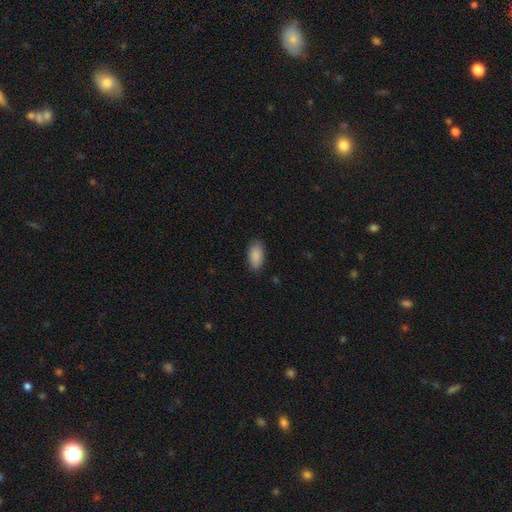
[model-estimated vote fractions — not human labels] Smooth or featured? smooth (89%)
How rounded? in between (93%)
Merging? none (85%)